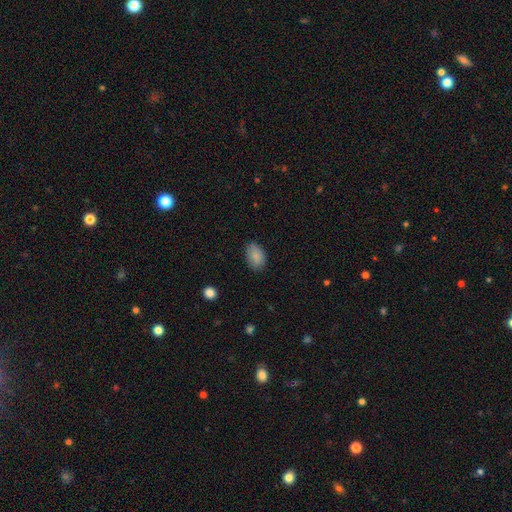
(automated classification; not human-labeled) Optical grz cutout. It shows a smooth galaxy with no disk features (86%) that is in between round and cigar-shaped (89%). Merging: none (80%).